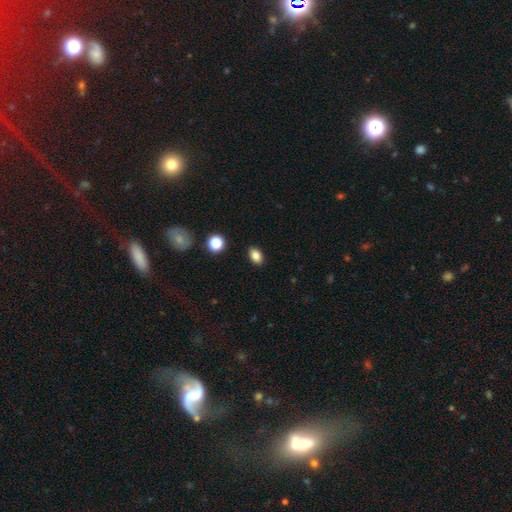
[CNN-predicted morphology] Q: Smooth or featured?
A: smooth (85%); runner-up: star or artifact (10%)
Q: How rounded?
A: in between (83%); runner-up: round (15%)
Q: Merging?
A: none (88%); runner-up: minor disturbance (8%)